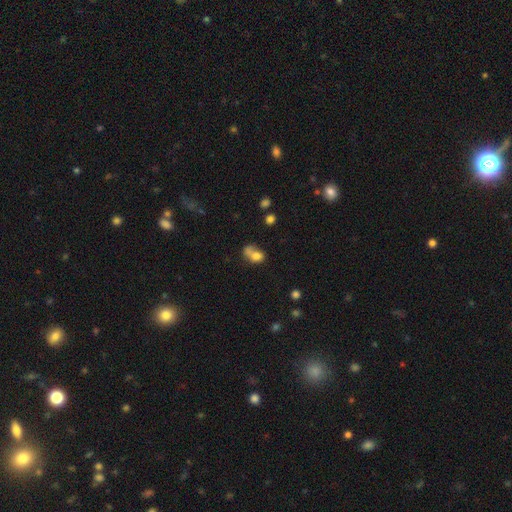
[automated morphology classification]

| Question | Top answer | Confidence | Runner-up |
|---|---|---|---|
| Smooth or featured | smooth | 73% | featured or disk (16%) |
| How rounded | in between | 59% | round (40%) |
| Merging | merger | 45% | none (25%) |